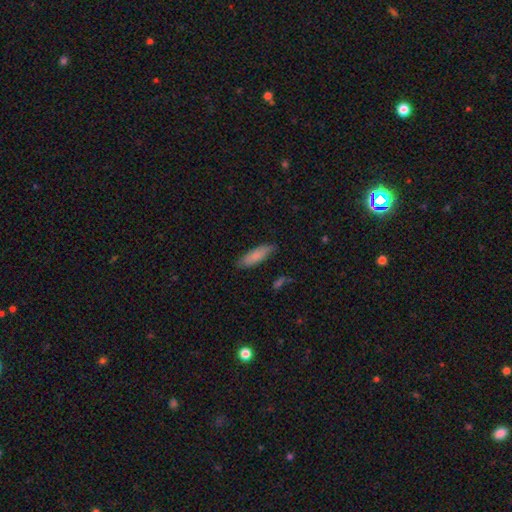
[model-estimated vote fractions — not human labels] Morphology: type=smooth (85%); roundness=in between (53%); merging=none (83%).